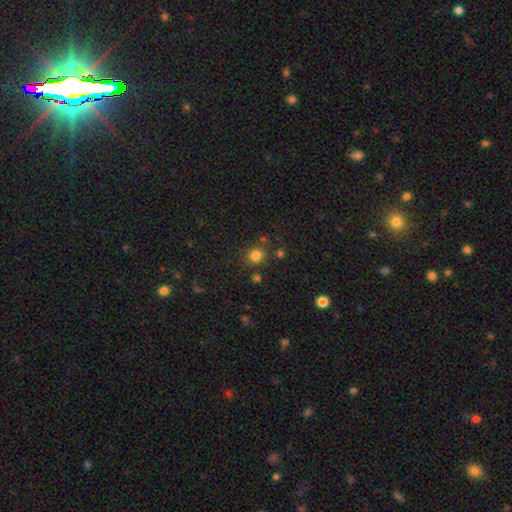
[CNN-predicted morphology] This is clearly a smooth galaxy (80%). How rounded: clearly round (81%). Merging: likely none (79%).